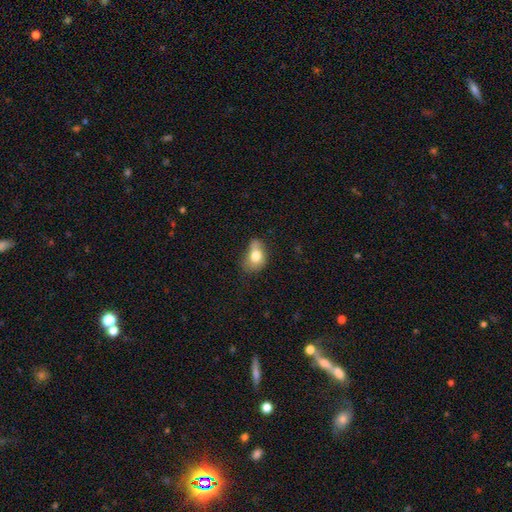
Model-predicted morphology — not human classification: Smooth or featured: smooth — 74% (featured or disk — 16%)
How rounded: in between — 71% (round — 27%)
Merging: minor disturbance — 38% (none — 31%)